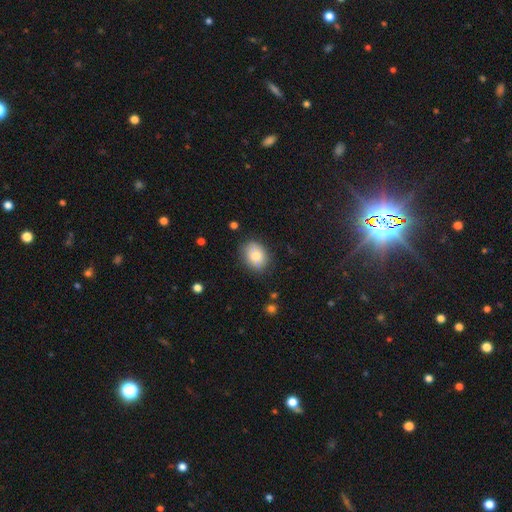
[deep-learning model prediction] Overall: smooth (79%). How rounded: in between (61%; round 38%). Merging: none (79%).